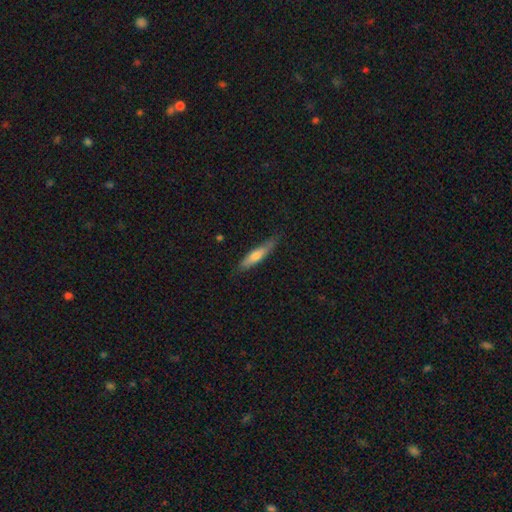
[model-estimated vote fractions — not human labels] Smooth or featured: smooth — 63% (featured or disk — 32%)
How rounded: cigar-shaped — 82% (in between — 16%)
Merging: none — 77% (minor disturbance — 18%)